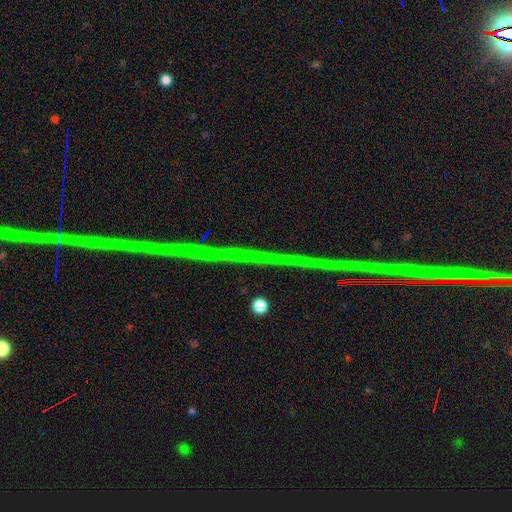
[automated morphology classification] Smooth or featured? Predicted: star or artifact (p=0.79).